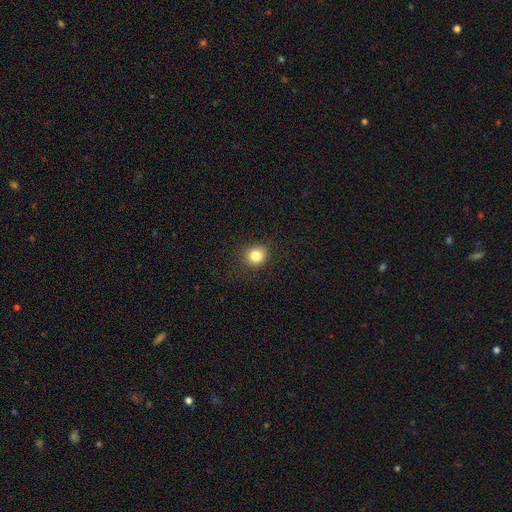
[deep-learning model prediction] A smooth galaxy with no disk features (83%) that is round (82%).

Vote fractions:
- Smooth or featured? smooth: 83% / star or artifact: 11% / featured or disk: 6%
- How rounded? round: 82% / in between: 18% / cigar-shaped: 1%
- Merging? none: 86% / minor disturbance: 10% / major disturbance: 3% / merger: 1%